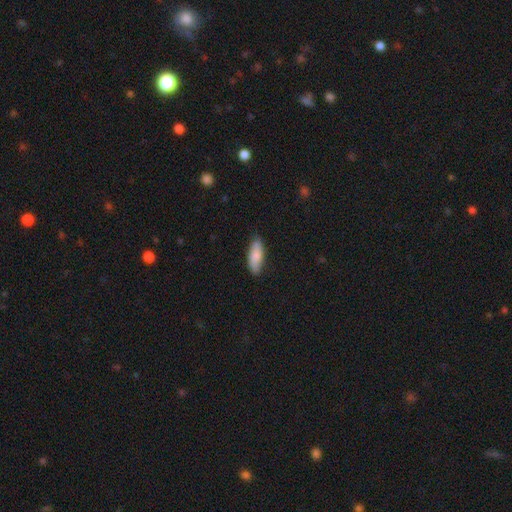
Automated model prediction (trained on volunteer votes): Q: Smooth or featured?
A: smooth (82%); runner-up: featured or disk (13%)
Q: How rounded?
A: in between (70%); runner-up: cigar-shaped (28%)
Q: Merging?
A: none (81%); runner-up: minor disturbance (16%)